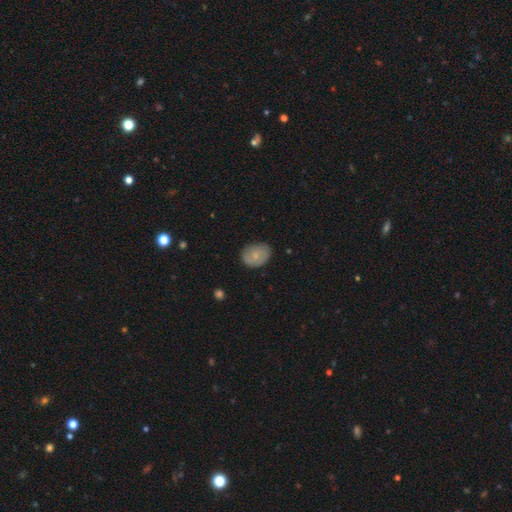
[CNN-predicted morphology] The model was most divided on "how rounded": in between: 62%, round: 37%, cigar-shaped: 1%. More confident: merging — none (76%); smooth or featured — smooth (70%).